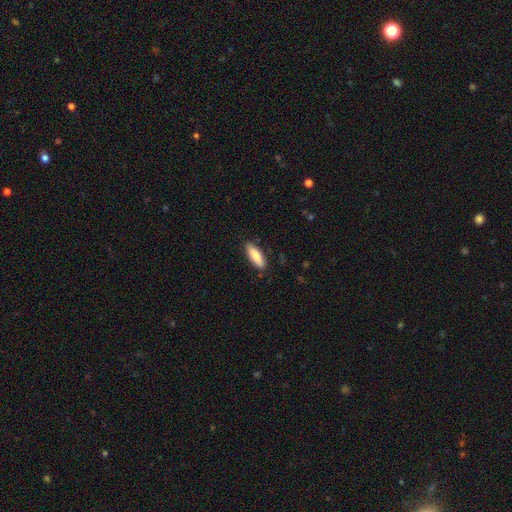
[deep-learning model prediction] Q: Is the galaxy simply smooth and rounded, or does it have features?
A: smooth — 85%.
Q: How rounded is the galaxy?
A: in between — 58%.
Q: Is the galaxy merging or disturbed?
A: none — 85%.